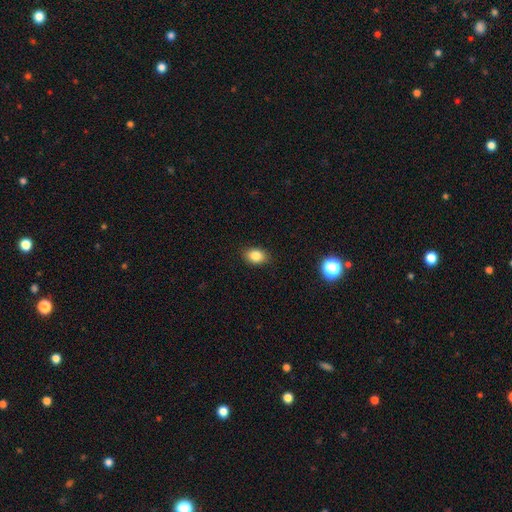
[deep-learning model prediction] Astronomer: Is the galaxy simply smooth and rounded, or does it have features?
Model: smooth — 84%.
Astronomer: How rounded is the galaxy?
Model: in between — 75%.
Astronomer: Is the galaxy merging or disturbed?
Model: none — 87%.